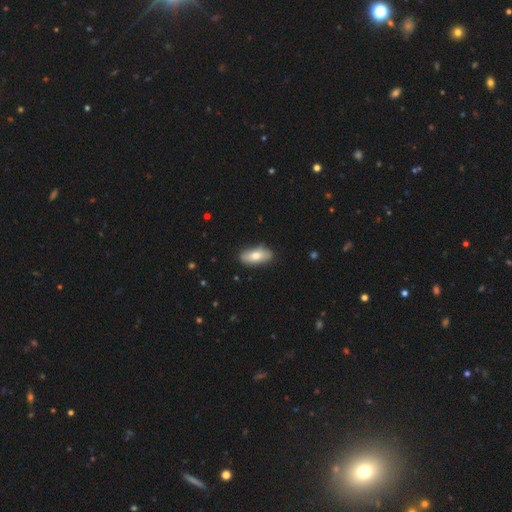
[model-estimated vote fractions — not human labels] smooth-or-featured: smooth: 74% | featured or disk: 20% | star or artifact: 6%
  how-rounded: in between: 86% | cigar-shaped: 11% | round: 3%
  merging: none: 82% | minor disturbance: 14% | major disturbance: 2% | merger: 1%